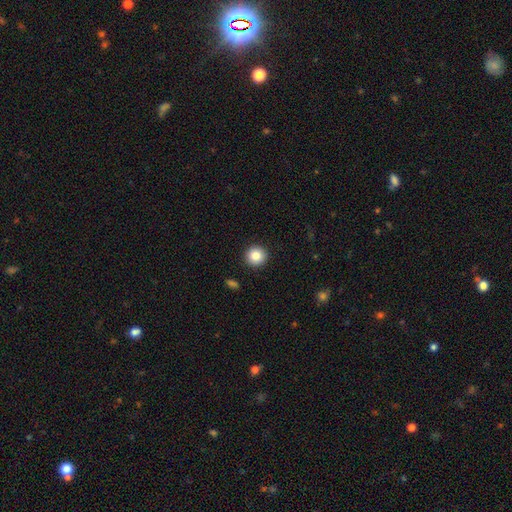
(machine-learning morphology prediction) Smooth or featured? Predicted: smooth (p=0.86). How rounded? Predicted: round (p=0.94). Merging? Predicted: none (p=0.92).